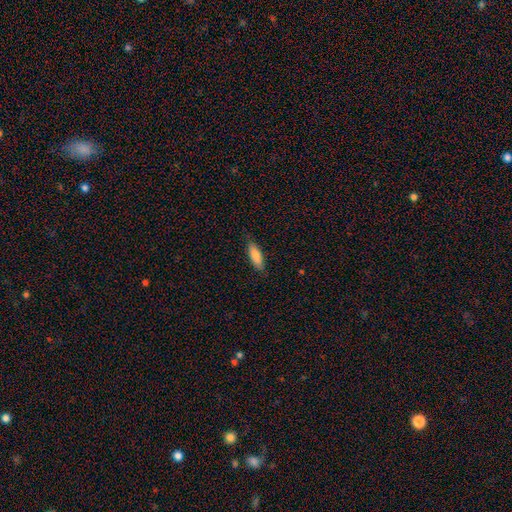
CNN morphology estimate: smooth-or-featured: smooth: 83% | featured or disk: 11% | star or artifact: 6%
  how-rounded: in between: 53% | cigar-shaped: 46% | round: 2%
  merging: none: 83% | minor disturbance: 14% | major disturbance: 2% | merger: 1%